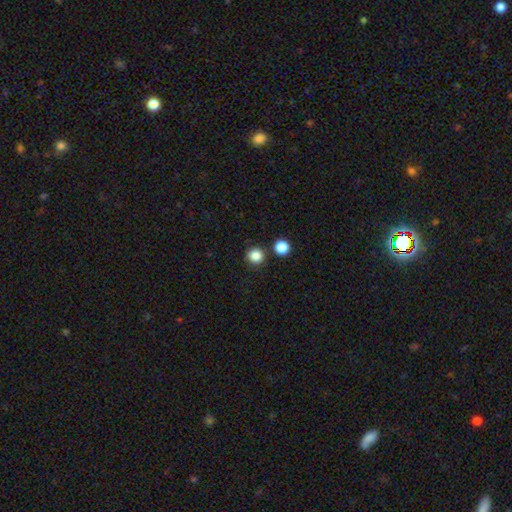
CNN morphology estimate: This appears to be a smooth galaxy with no disk features (85%) that is round (94%). Merging: none (85%).